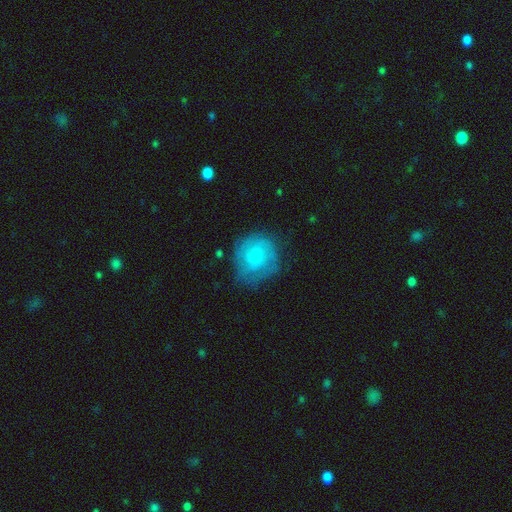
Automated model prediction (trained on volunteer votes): This is possibly a smooth galaxy (49%). Merging: possibly none (58%).